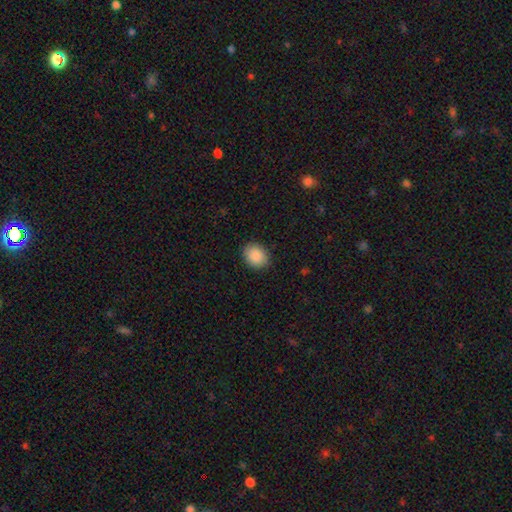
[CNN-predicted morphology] smooth_or_featured: smooth (p=0.88) [alt: star or artifact p=0.07]
how_rounded: round (p=0.54) [alt: in between p=0.45]
merging: none (p=0.88) [alt: minor disturbance p=0.09]